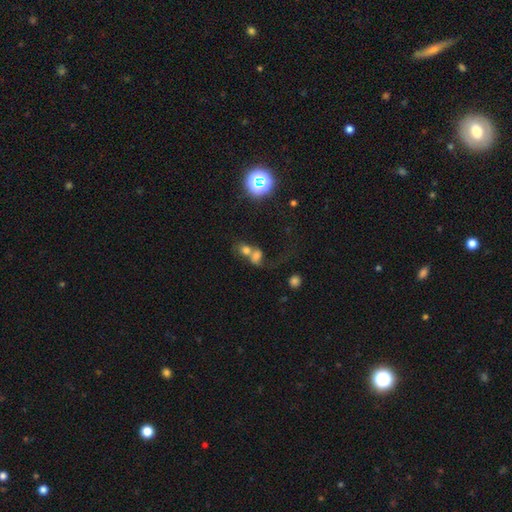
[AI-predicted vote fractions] Smooth or featured?
  - smooth: 58% *
  - featured or disk: 23%
  - star or artifact: 18%
How rounded?
  - round: 57% *
  - in between: 41%
  - cigar-shaped: 2%
Merging?
  - merger: 74% *
  - none: 14%
  - major disturbance: 8%
  - minor disturbance: 5%